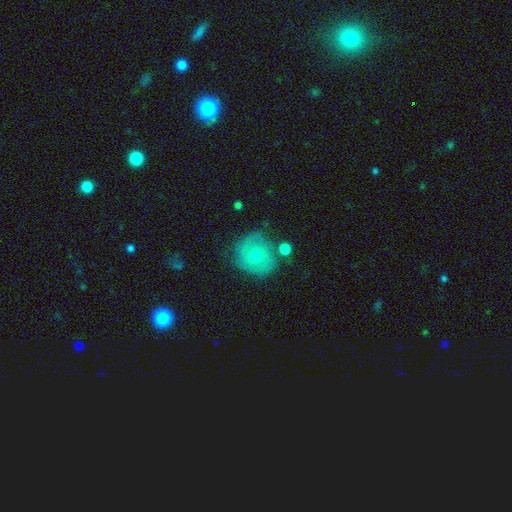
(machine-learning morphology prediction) type=smooth (49%); merging=none (64%).